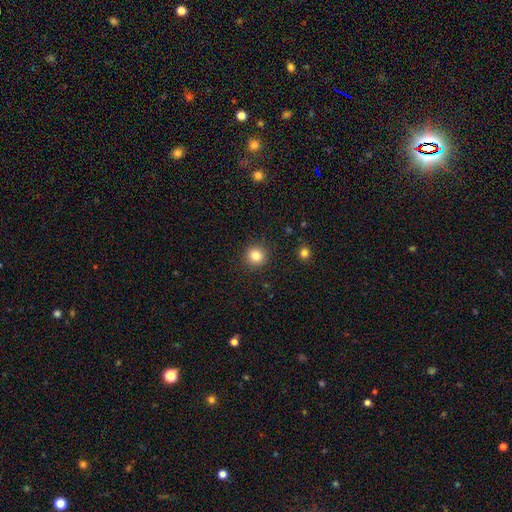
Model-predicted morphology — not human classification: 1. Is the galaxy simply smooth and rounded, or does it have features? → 83% smooth, 11% star or artifact, 6% featured or disk.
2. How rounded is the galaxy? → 92% round, 7% in between, 1% cigar-shaped.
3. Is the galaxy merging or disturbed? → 91% none, 6% minor disturbance, 2% major disturbance, 1% merger.